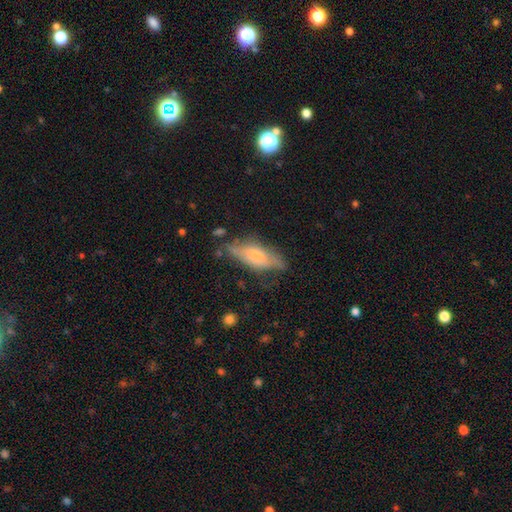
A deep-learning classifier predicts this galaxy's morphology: smooth_or_featured: featured or disk (p=0.49) [alt: smooth p=0.43]
merging: none (p=0.62) [alt: minor disturbance p=0.27]